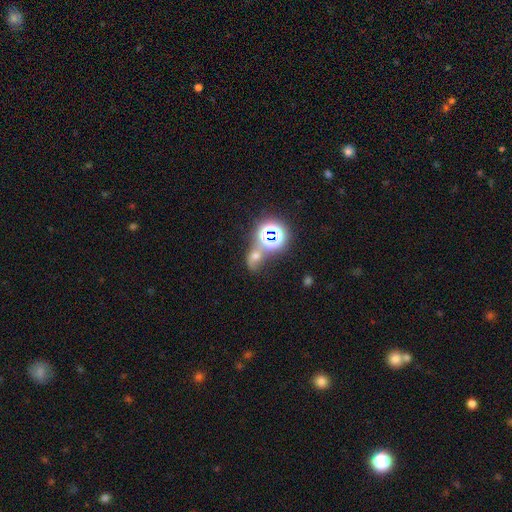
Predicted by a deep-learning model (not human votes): The model was most divided on "smooth or featured" (2-way tie): star or artifact: 40%, smooth: 40%, featured or disk: 19%.